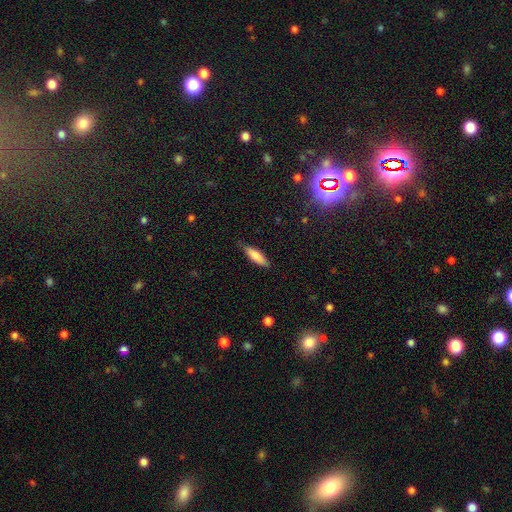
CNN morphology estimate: This is likely a smooth galaxy (79%). How rounded: likely cigar-shaped (60%). Merging: likely none (78%).